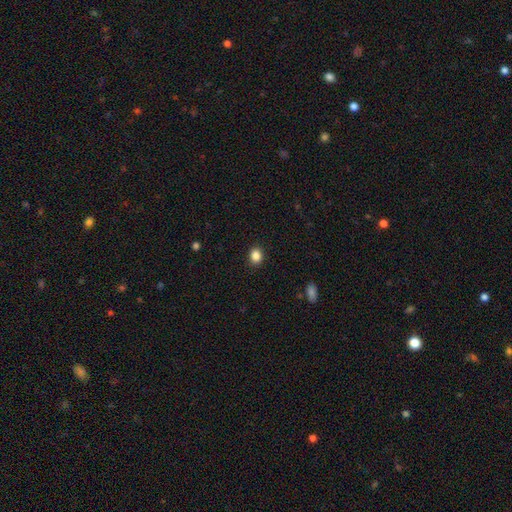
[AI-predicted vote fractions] Morphology: type=smooth (86%); roundness=round (62%); merging=none (90%).